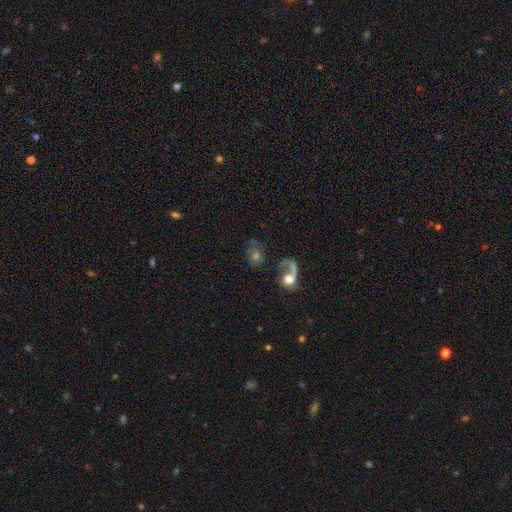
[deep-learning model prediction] Smooth or featured? Predicted: smooth (p=0.42). Merging? Predicted: none (p=0.37).